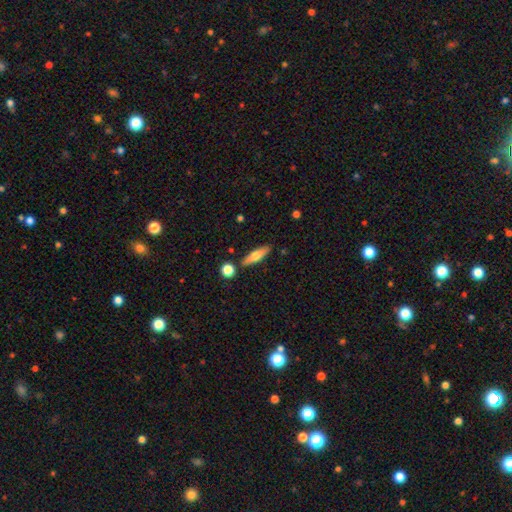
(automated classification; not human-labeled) Morphology: type=smooth (58%); roundness=cigar-shaped (64%); merging=none (84%).